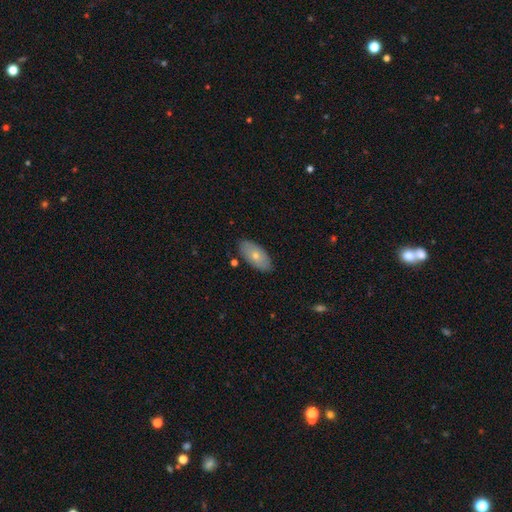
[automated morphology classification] smooth_or_featured: smooth (p=0.68) [alt: featured or disk p=0.26]
how_rounded: in between (p=0.93) [alt: cigar-shaped p=0.04]
merging: none (p=0.85) [alt: minor disturbance p=0.11]